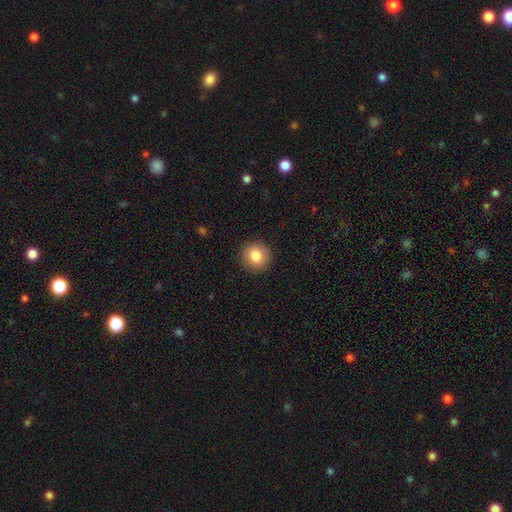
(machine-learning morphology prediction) Smooth or featured?
  - smooth: 83% *
  - star or artifact: 9%
  - featured or disk: 8%
How rounded?
  - round: 93% *
  - in between: 6%
  - cigar-shaped: 1%
Merging?
  - none: 91% *
  - minor disturbance: 6%
  - major disturbance: 2%
  - merger: 1%